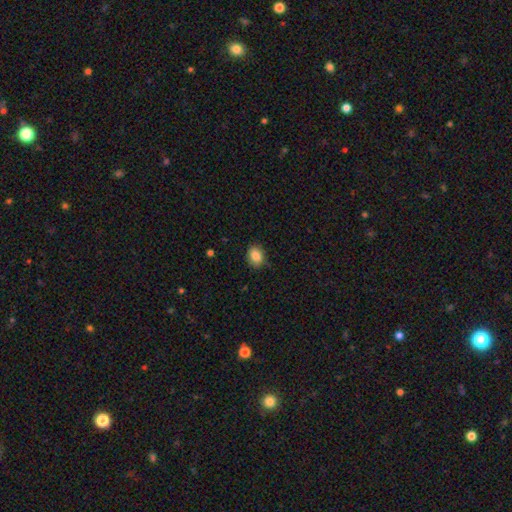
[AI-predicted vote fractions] smooth 86%, star or artifact 9%, featured or disk 5%. Down the decision tree: how rounded — in between (53%); merging — none (82%).